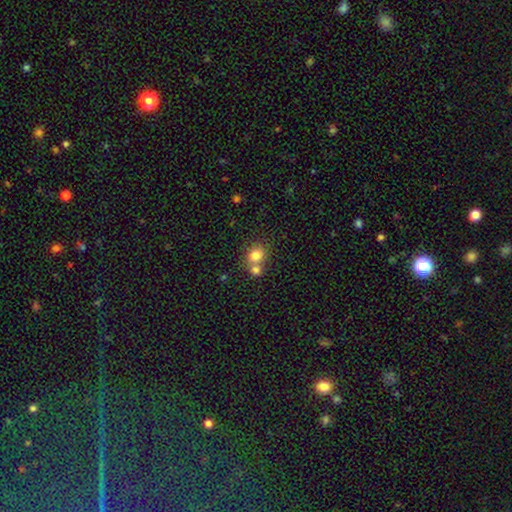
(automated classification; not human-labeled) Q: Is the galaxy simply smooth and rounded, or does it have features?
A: smooth — 79%.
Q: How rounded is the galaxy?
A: round — 71%.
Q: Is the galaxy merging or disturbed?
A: merger — 51%.